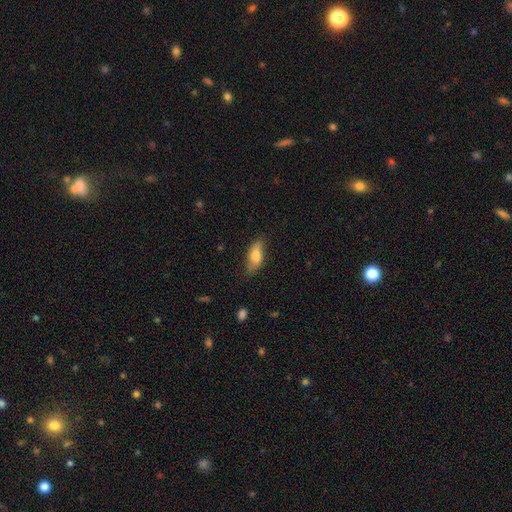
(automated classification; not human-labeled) A smooth galaxy with no disk features (72%) that is in between round and cigar-shaped (76%).

Vote fractions:
- Smooth or featured? smooth: 72% / featured or disk: 21% / star or artifact: 7%
- How rounded? in between: 76% / cigar-shaped: 20% / round: 3%
- Merging? none: 71% / minor disturbance: 23% / major disturbance: 5% / merger: 1%